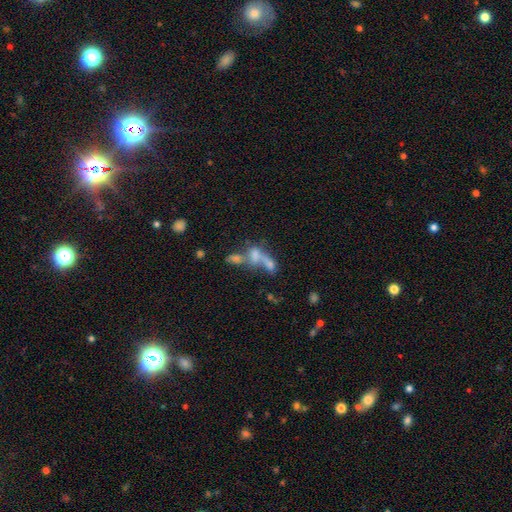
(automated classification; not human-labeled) A smooth galaxy with no disk features (44%).

Vote fractions:
- Smooth or featured? smooth: 44% / featured or disk: 36% / star or artifact: 20%
- Merging? merger: 59% / none: 21% / major disturbance: 12% / minor disturbance: 7%